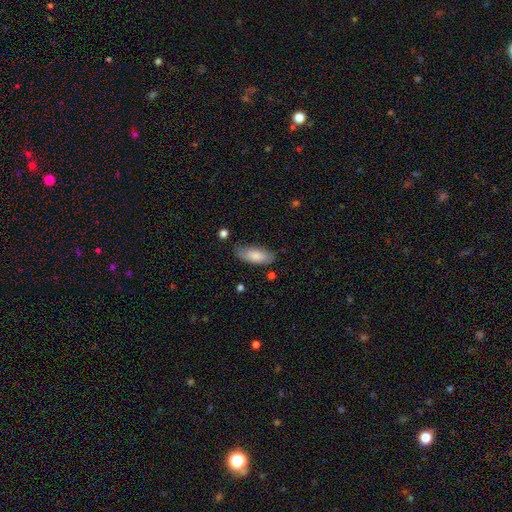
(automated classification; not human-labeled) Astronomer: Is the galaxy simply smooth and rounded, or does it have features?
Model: smooth — 82%.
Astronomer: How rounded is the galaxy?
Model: in between — 81%.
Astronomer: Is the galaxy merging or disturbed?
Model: none — 72%.